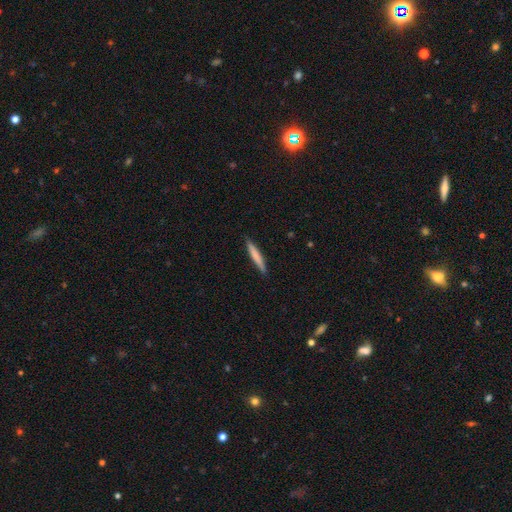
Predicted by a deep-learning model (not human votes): smooth_or_featured: smooth (p=0.72) [alt: featured or disk p=0.23]
how_rounded: cigar-shaped (p=0.94) [alt: in between p=0.04]
merging: none (p=0.89) [alt: minor disturbance p=0.09]